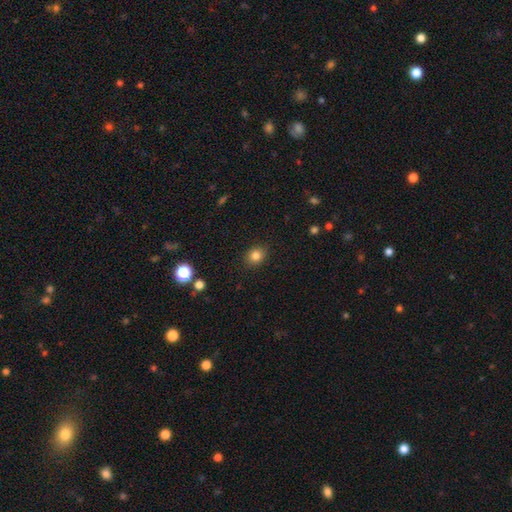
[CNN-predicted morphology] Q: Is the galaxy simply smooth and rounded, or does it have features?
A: smooth — 82%.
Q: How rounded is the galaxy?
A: round — 64%.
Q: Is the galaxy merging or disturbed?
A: none — 88%.